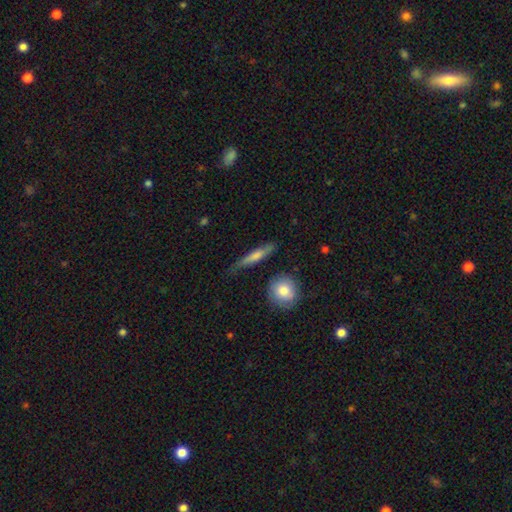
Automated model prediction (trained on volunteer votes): The model was most divided on "smooth or featured": smooth: 57%, featured or disk: 36%, star or artifact: 7%. More confident: how rounded — cigar-shaped (83%); merging — none (73%).